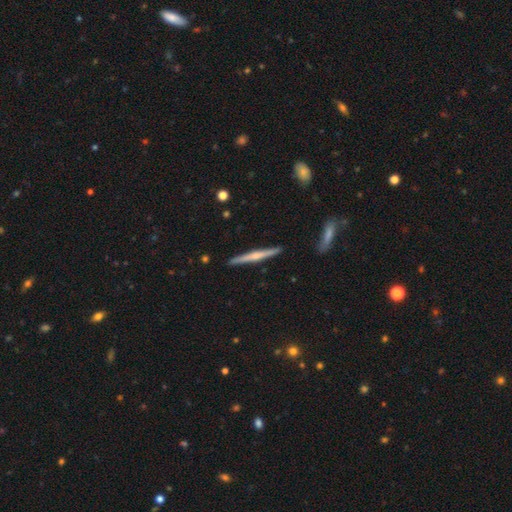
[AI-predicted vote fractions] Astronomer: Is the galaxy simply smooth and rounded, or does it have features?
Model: featured or disk — 63%.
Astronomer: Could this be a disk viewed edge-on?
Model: yes — 98%.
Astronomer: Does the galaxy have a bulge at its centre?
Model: rounded — 63%.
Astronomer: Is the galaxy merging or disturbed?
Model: none — 90%.